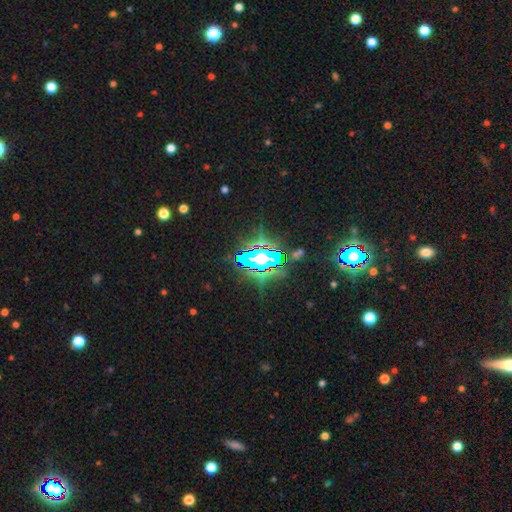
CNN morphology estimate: smooth-or-featured: star or artifact: 70% | smooth: 16% | featured or disk: 15%